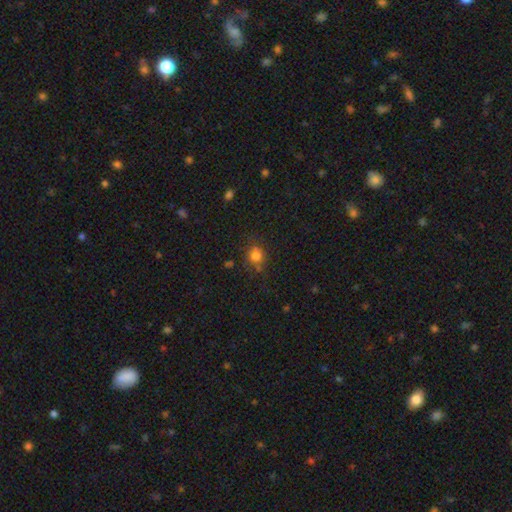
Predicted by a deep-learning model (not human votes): Overall: smooth (79%). How rounded: round (79%). Merging: none (70%).